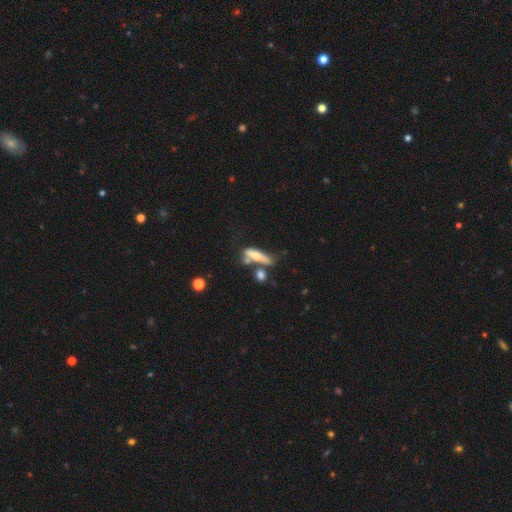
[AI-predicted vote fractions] A smooth galaxy with no disk features (58%) that is cigar-shaped (65%).

Vote fractions:
- Smooth or featured? smooth: 58% / featured or disk: 34% / star or artifact: 8%
- How rounded? cigar-shaped: 65% / in between: 31% / round: 4%
- Merging? none: 39% / merger: 29% / minor disturbance: 20% / major disturbance: 12%